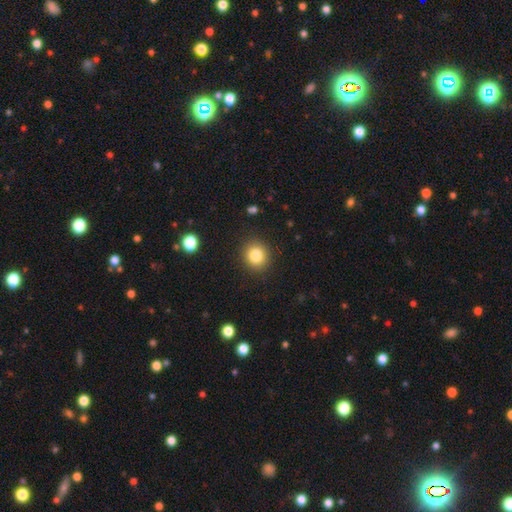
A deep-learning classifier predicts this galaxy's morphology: smooth 83%, star or artifact 11%, featured or disk 6%. Down the decision tree: how rounded — round (87%); merging — none (90%).